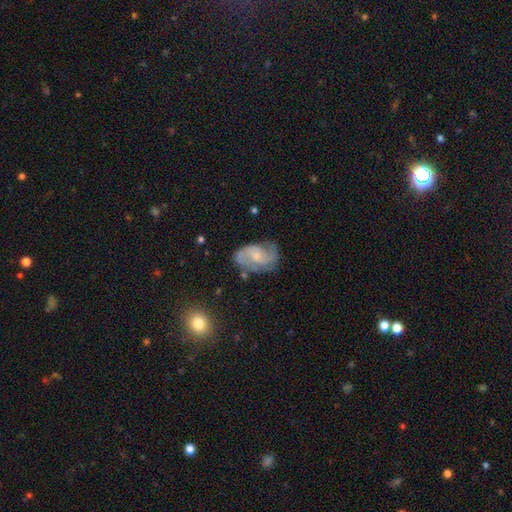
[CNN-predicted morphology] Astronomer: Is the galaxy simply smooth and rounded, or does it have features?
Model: featured or disk — 79%.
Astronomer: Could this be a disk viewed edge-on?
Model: no — 97%.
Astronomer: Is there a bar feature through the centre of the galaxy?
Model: no — 57% (runner-up: weak, 37%).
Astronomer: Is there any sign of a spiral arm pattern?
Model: yes — 94%.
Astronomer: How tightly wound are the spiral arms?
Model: medium — 51% (runner-up: tight, 30%).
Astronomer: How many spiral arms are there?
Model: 2 — 72%.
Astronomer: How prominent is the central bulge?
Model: small — 57%.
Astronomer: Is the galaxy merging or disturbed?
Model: none — 66%.